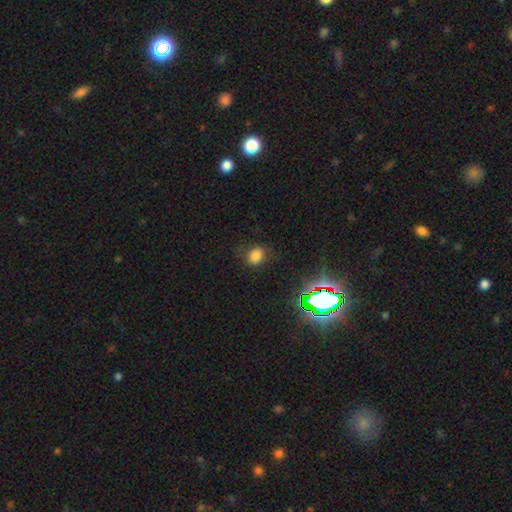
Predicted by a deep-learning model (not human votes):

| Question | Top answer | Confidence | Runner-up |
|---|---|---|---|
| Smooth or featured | smooth | 77% | star or artifact (17%) |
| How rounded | in between | 56% | round (43%) |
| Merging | none | 77% | minor disturbance (15%) |